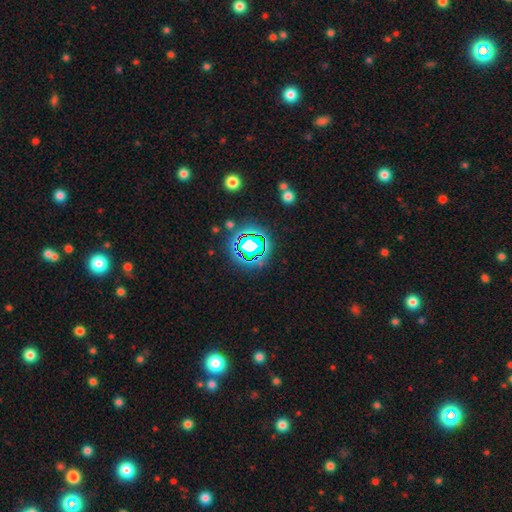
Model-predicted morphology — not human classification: A star or artifact, not a galaxy (78%).